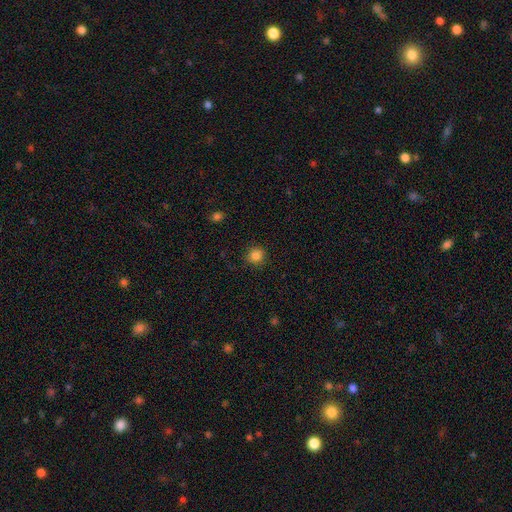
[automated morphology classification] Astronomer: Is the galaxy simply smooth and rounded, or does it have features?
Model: smooth — 85%.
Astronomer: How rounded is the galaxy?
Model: round — 91%.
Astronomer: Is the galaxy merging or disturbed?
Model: none — 89%.